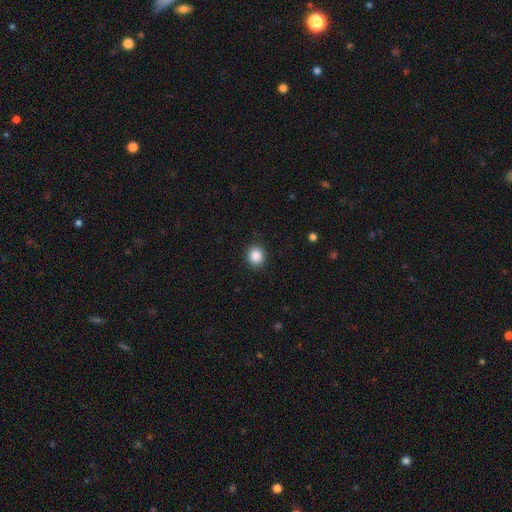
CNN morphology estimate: smooth-or-featured: smooth: 88% | star or artifact: 9% | featured or disk: 3%
  how-rounded: round: 81% | in between: 18% | cigar-shaped: 1%
  merging: none: 91% | minor disturbance: 6% | major disturbance: 2% | merger: 1%